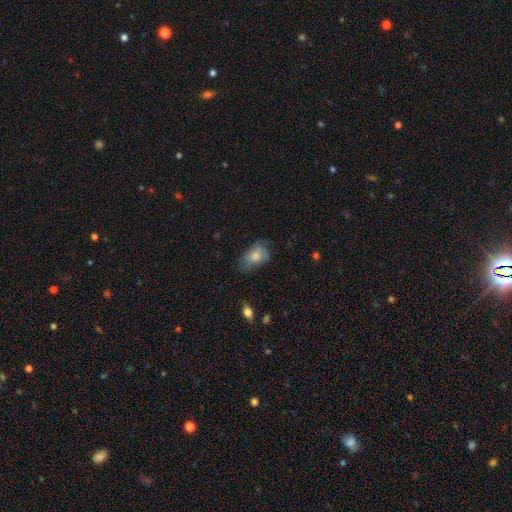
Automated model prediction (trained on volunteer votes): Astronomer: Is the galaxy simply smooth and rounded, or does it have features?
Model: smooth — 72%.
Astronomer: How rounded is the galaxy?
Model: in between — 85%.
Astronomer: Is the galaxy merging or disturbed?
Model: none — 45% (runner-up: minor disturbance, 35%).